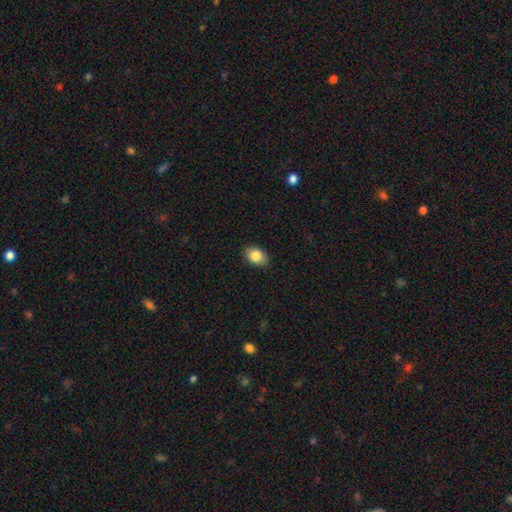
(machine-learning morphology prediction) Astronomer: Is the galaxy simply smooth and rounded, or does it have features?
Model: smooth — 86%.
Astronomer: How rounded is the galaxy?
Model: in between — 79%.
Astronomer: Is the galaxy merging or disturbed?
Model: none — 85%.